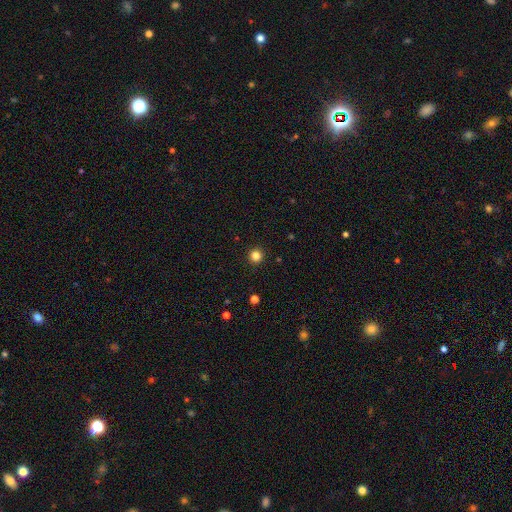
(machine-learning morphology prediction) The model was most divided on "smooth or featured": smooth: 83%, star or artifact: 13%, featured or disk: 4%. More confident: how rounded — round (96%); merging — none (93%).